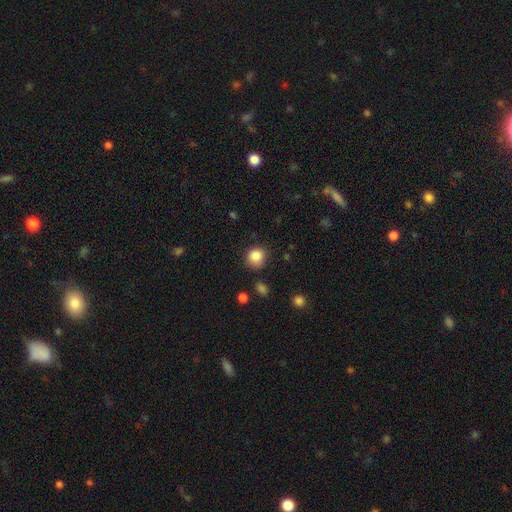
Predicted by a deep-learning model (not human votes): smooth 85%, star or artifact 10%, featured or disk 5%. Down the decision tree: how rounded — round (84%); merging — none (76%).